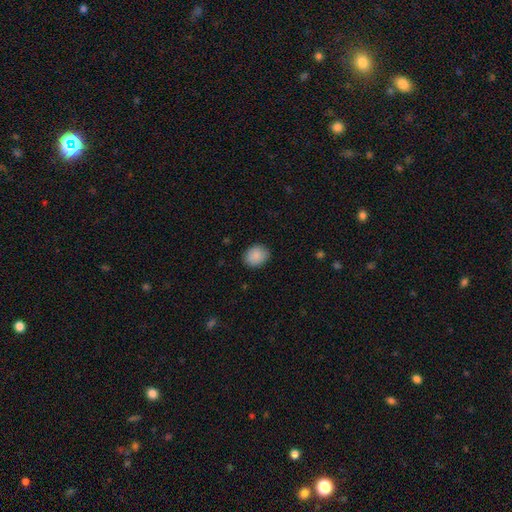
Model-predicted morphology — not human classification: This appears to be a smooth galaxy with no disk features (89%) that is round (57%). Merging: none (87%).